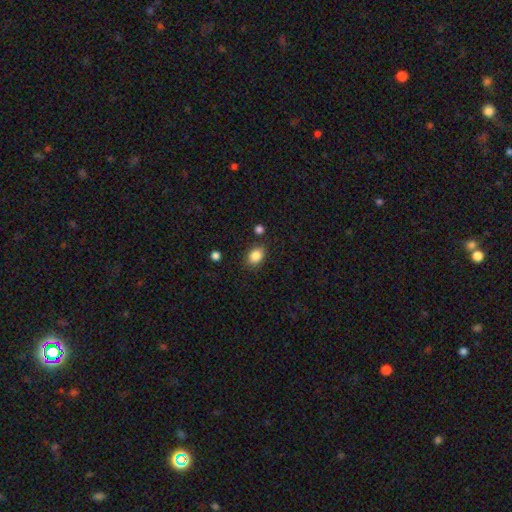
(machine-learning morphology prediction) Q: Smooth or featured?
A: smooth (85%); runner-up: star or artifact (9%)
Q: How rounded?
A: in between (66%); runner-up: round (33%)
Q: Merging?
A: none (82%); runner-up: minor disturbance (11%)